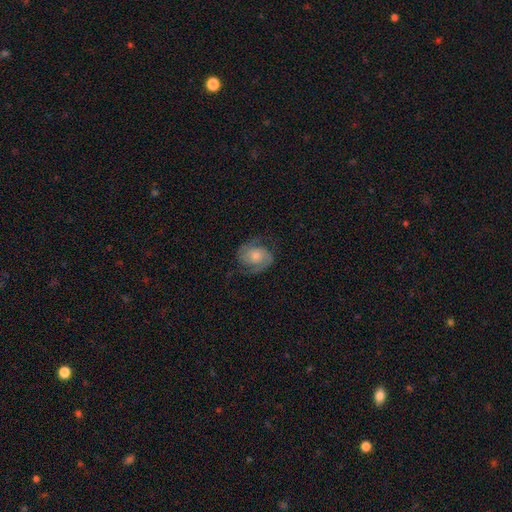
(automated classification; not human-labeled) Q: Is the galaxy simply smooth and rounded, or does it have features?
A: featured or disk — 81%.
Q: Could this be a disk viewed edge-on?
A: no — 98%.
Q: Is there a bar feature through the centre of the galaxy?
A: no — 71%.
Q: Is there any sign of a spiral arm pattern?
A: yes — 96%.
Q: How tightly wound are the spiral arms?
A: medium — 50%.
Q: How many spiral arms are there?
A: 2 — 92%.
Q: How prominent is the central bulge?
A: moderate — 48%.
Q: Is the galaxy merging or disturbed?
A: none — 76%.